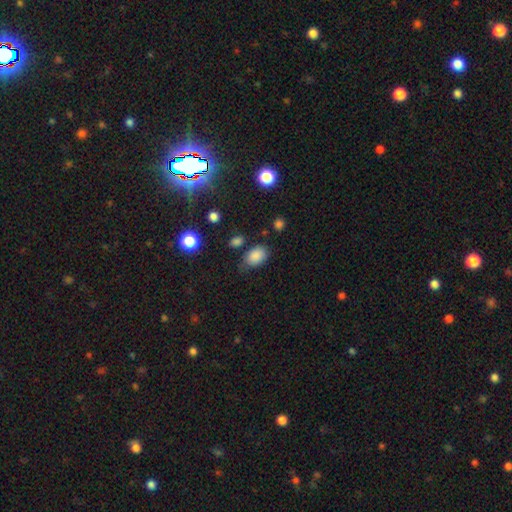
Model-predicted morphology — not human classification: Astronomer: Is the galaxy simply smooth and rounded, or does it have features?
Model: smooth — 86%.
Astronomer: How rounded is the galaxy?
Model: in between — 83%.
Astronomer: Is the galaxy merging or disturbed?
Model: none — 67%.